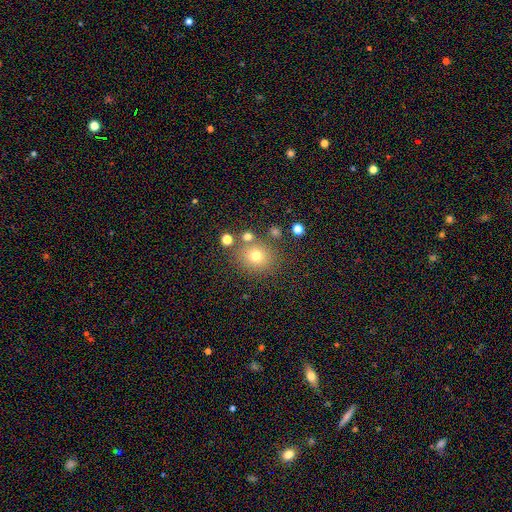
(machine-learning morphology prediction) Smooth or featured? smooth (72%)
How rounded? round (77%)
Merging? none (76%)